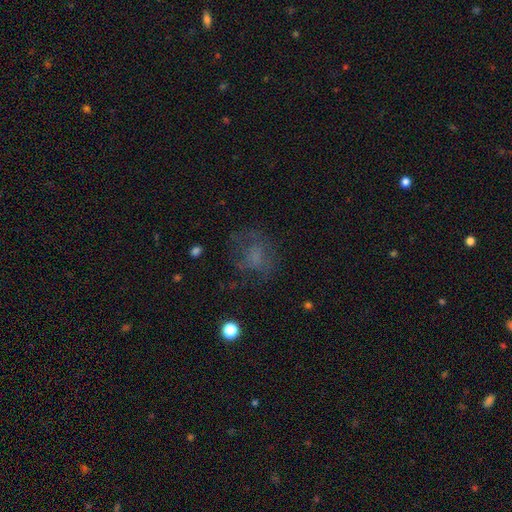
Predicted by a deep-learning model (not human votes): Overall: smooth (46%; featured or disk 33%). Merging: none (57%; major disturbance 22%).